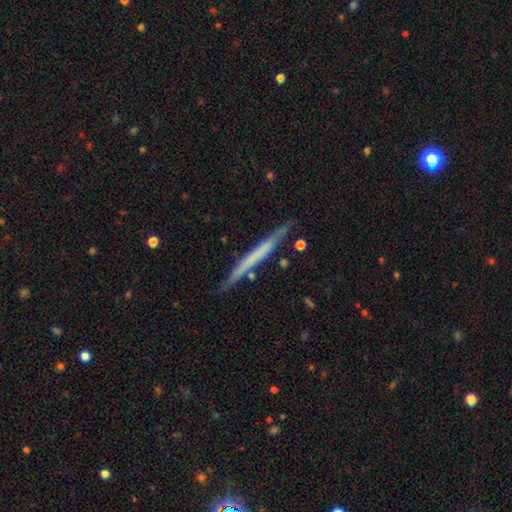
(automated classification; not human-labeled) A featured or disk galaxy (51%) viewed edge-on (96%). Merging: none (85%).